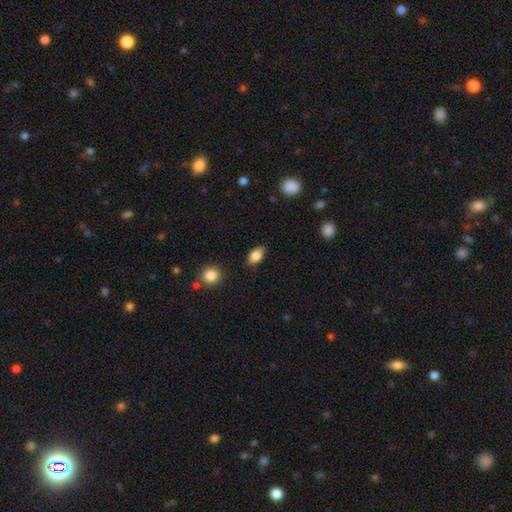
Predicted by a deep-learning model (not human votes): This appears to be a smooth galaxy with no disk features (80%) that is in between round and cigar-shaped (86%). Merging: none (77%).